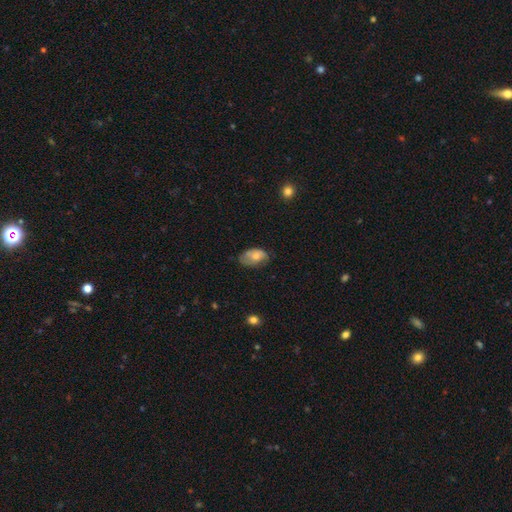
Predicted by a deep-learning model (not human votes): Q: Smooth or featured?
A: smooth (65%); runner-up: featured or disk (28%)
Q: How rounded?
A: in between (91%); runner-up: round (8%)
Q: Merging?
A: none (53%); runner-up: minor disturbance (34%)